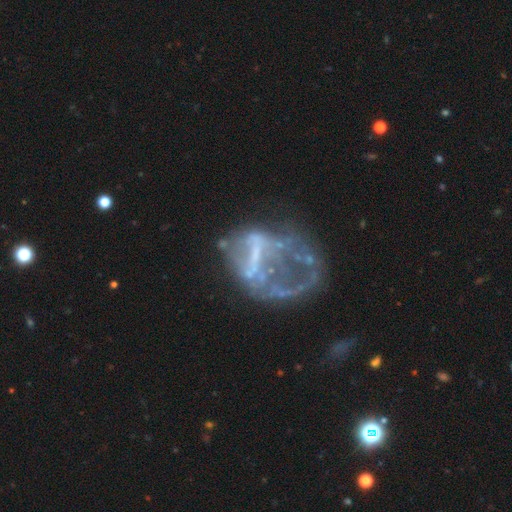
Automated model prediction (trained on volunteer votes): The model was most divided on "merging": major disturbance: 50%, none: 27%, minor disturbance: 14%, merger: 9%. More confident: edge-on disk — no (97%); spiral arms — no (80%); smooth or featured — featured or disk (68%); bulge size — none (67%); bar — no (60%).